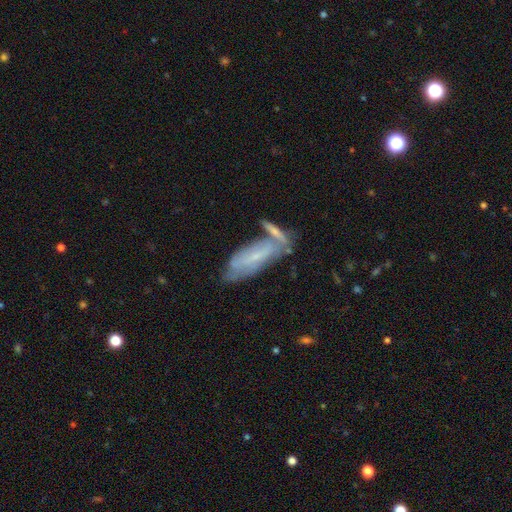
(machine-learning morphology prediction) Smooth or featured?
  - featured or disk: 58% *
  - smooth: 33%
  - star or artifact: 9%
Edge-on disk?
  - no: 80% *
  - yes: 20%
Merging?
  - none: 43% *
  - merger: 31%
  - minor disturbance: 18%
  - major disturbance: 8%